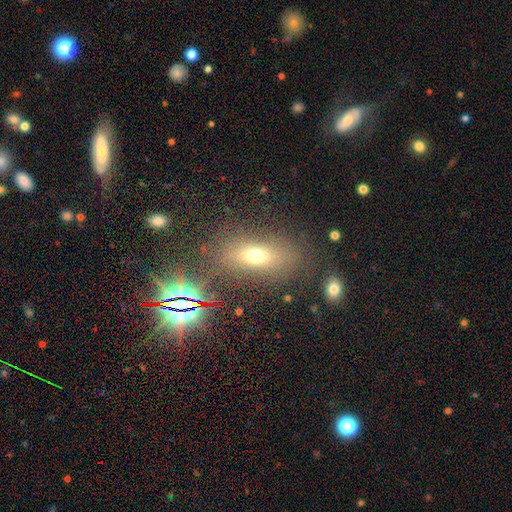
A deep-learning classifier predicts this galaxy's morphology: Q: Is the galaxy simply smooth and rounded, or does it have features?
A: smooth — 60%.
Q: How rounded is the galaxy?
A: in between — 72%.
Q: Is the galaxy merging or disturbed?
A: none — 75%.